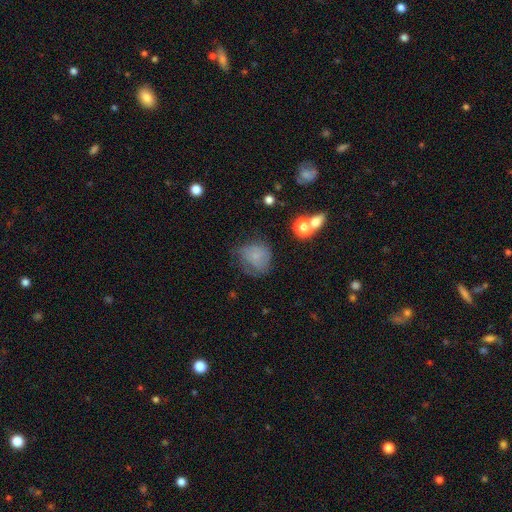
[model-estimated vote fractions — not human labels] This appears to be a smooth galaxy with no disk features (64%) that is round (70%). Merging: none (44%).